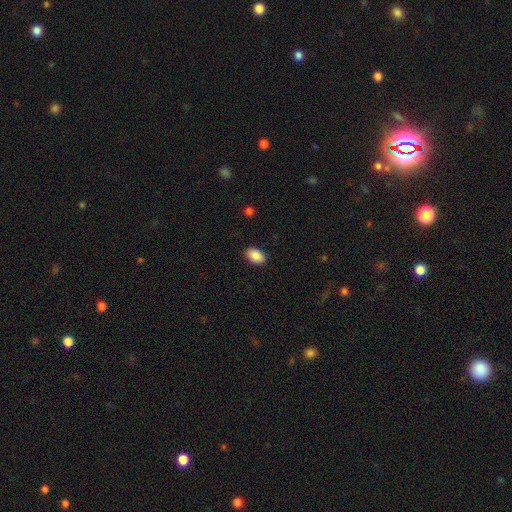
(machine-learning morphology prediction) A smooth galaxy with no disk features (89%) that is in between round and cigar-shaped (89%). Merging: none (89%).